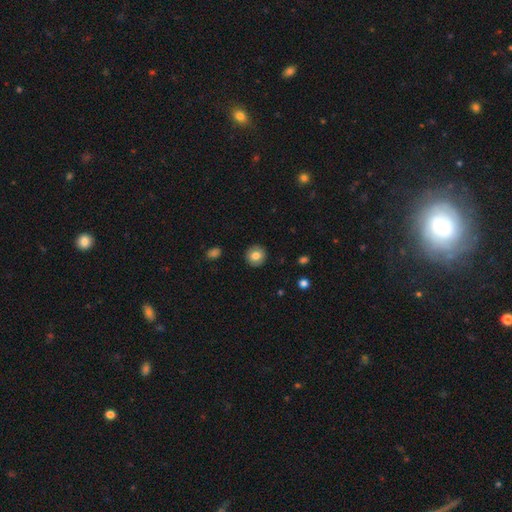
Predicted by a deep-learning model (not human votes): Smooth or featured: smooth — 81% (featured or disk — 11%)
How rounded: round — 92% (in between — 7%)
Merging: none — 91% (minor disturbance — 6%)